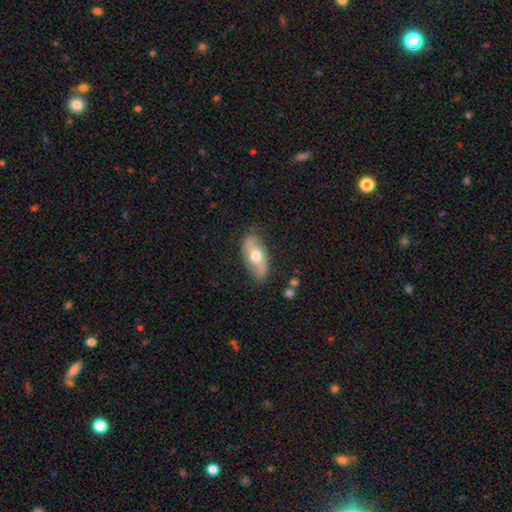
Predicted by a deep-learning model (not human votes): This appears to be a smooth galaxy with no disk features (50%). Merging: none (78%).